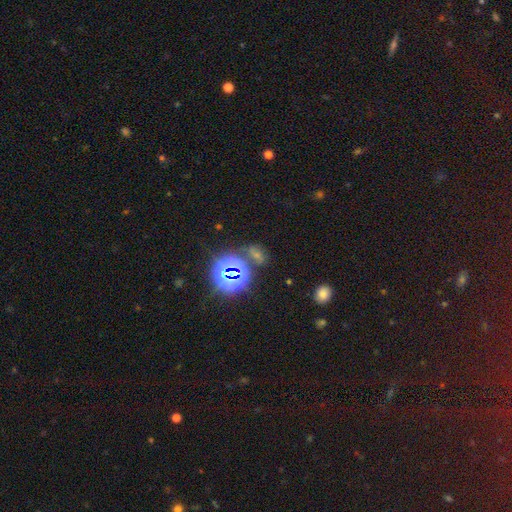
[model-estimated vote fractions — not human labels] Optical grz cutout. It shows a star or artifact, not a galaxy (52%).